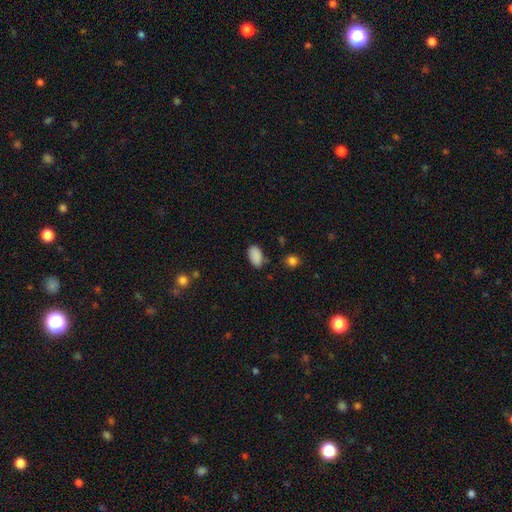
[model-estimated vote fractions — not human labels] This is clearly a smooth galaxy (88%). How rounded: clearly in between (93%). Merging: likely none (78%).